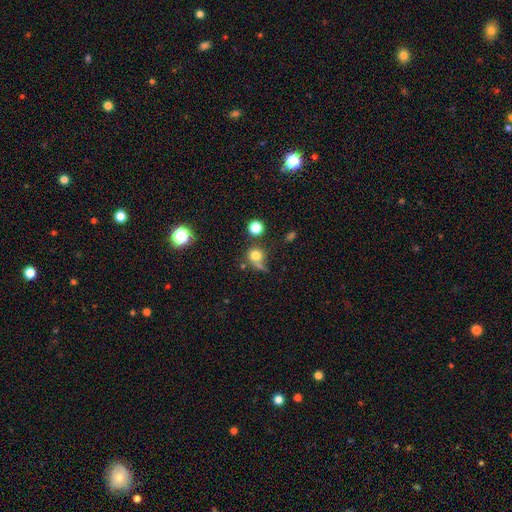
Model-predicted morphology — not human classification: Smooth or featured? smooth (73%)
How rounded? round (82%)
Merging? none (48%)